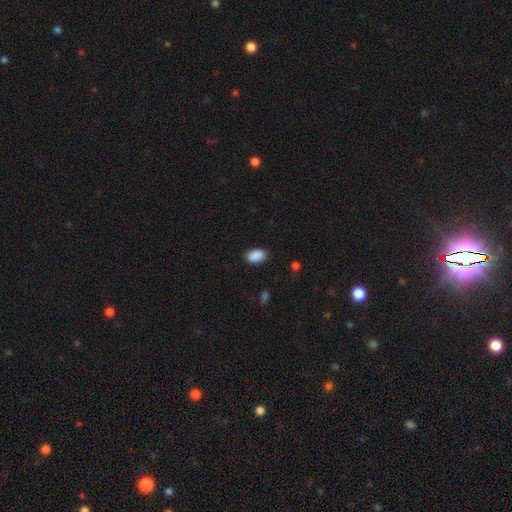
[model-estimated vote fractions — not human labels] Overall: smooth (90%). How rounded: in between (87%). Merging: none (87%).